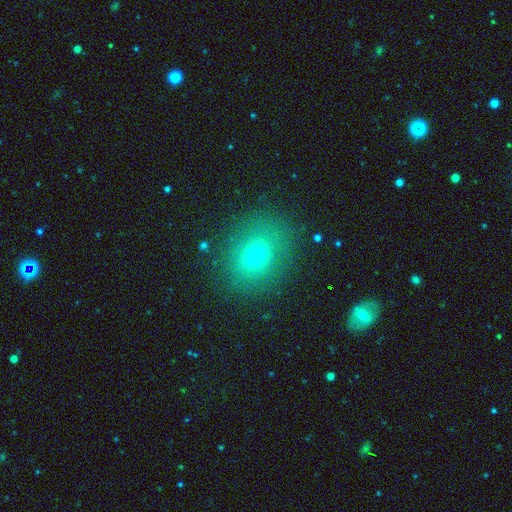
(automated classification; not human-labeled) A smooth galaxy with no disk features (66%) that is round (65%).

Vote fractions:
- Smooth or featured? smooth: 66% / star or artifact: 18% / featured or disk: 15%
- How rounded? round: 65% / in between: 34% / cigar-shaped: 1%
- Merging? none: 83% / minor disturbance: 11% / major disturbance: 5% / merger: 1%